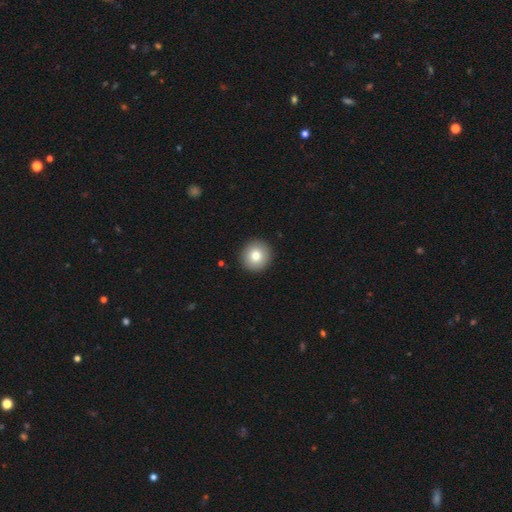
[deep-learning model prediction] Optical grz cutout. It shows a smooth galaxy with no disk features (80%) that is round (94%). Merging: none (92%).